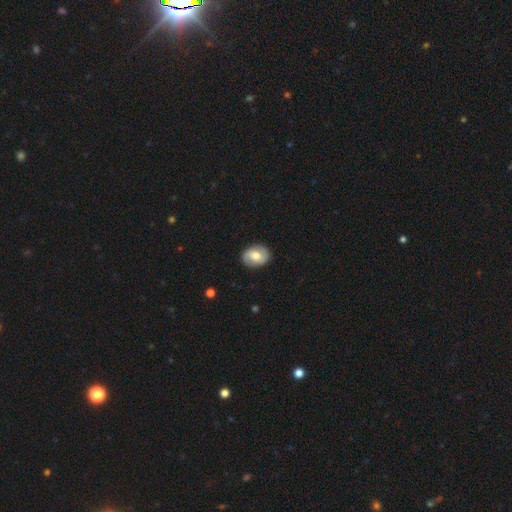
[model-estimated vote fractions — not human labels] This appears to be a smooth galaxy with no disk features (49%). Merging: none (85%).